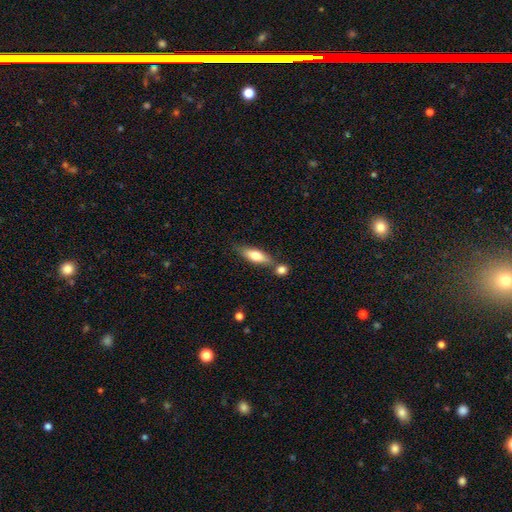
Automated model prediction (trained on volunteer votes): Smooth or featured?
  - smooth: 70% *
  - featured or disk: 24%
  - star or artifact: 6%
How rounded?
  - in between: 60% *
  - cigar-shaped: 38%
  - round: 3%
Merging?
  - none: 59% *
  - merger: 22%
  - minor disturbance: 15%
  - major disturbance: 4%